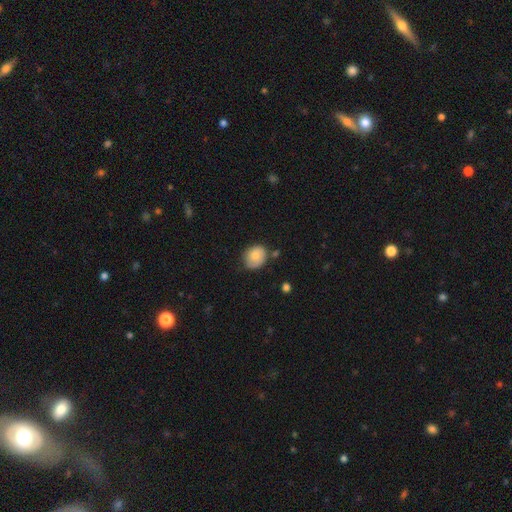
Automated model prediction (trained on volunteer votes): Smooth or featured? Predicted: smooth (p=0.75). How rounded? Predicted: round (p=0.55). Merging? Predicted: none (p=0.65).